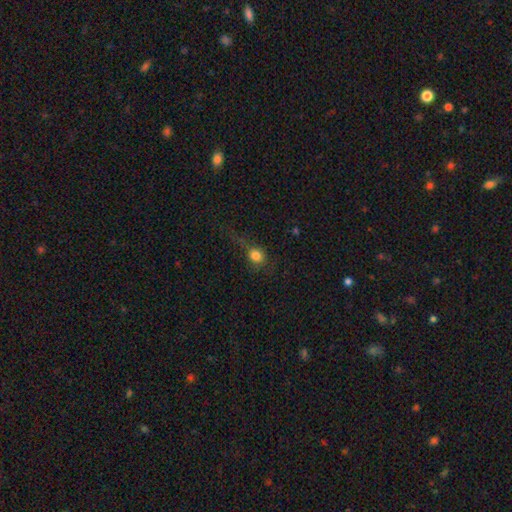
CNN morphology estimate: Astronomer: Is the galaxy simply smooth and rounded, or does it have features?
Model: smooth — 76%.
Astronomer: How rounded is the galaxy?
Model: round — 68%.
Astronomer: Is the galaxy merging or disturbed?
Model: none — 40% (runner-up: major disturbance, 33%).